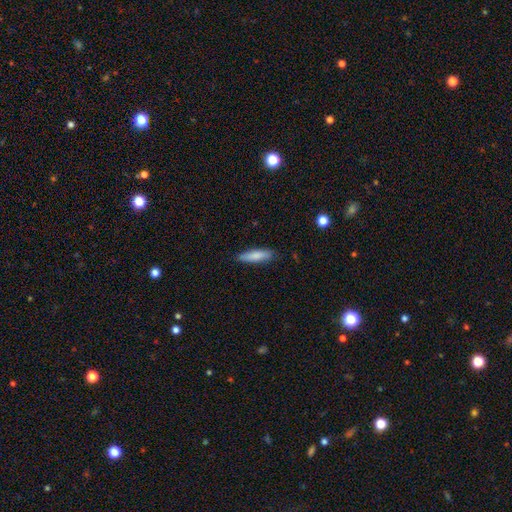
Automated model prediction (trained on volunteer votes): A smooth galaxy with no disk features (82%) that is cigar-shaped (73%).

Vote fractions:
- Smooth or featured? smooth: 82% / featured or disk: 12% / star or artifact: 6%
- How rounded? cigar-shaped: 73% / in between: 26% / round: 1%
- Merging? none: 86% / minor disturbance: 11% / major disturbance: 2% / merger: 1%